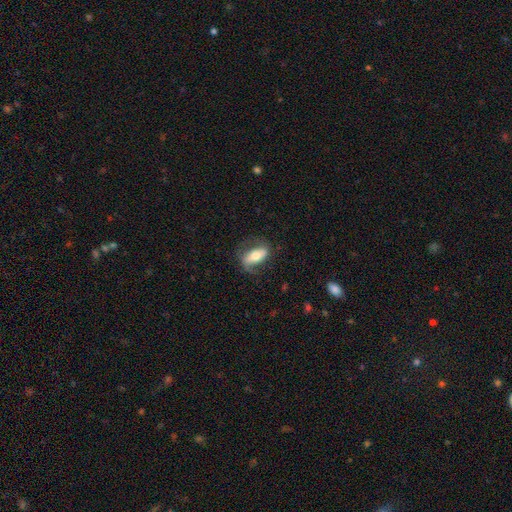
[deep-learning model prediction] Overall: smooth (47%; featured or disk 46%). Merging: none (66%).